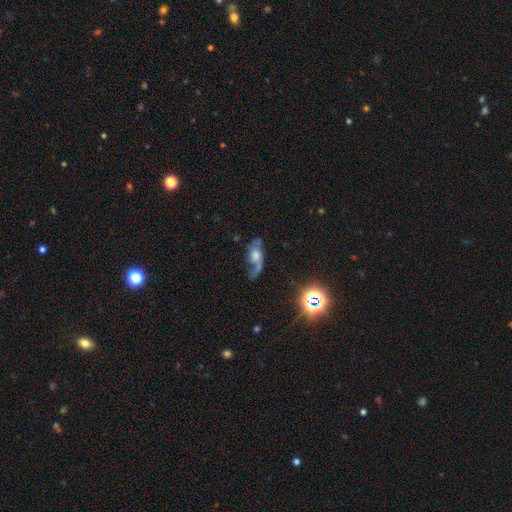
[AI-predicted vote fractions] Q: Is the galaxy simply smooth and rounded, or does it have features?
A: featured or disk — 58%.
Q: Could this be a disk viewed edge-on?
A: no — 87%.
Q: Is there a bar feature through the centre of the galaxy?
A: no — 74%.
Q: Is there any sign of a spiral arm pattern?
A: yes — 77%.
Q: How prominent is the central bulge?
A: moderate — 44%.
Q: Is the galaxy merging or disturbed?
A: none — 42%.